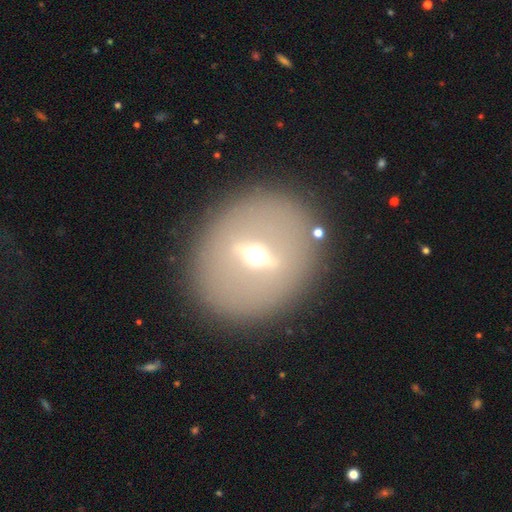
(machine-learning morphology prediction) This is likely a featured or disk galaxy (71%). It is possibly not viewed edge-on (52%). Merging: clearly none (87%).